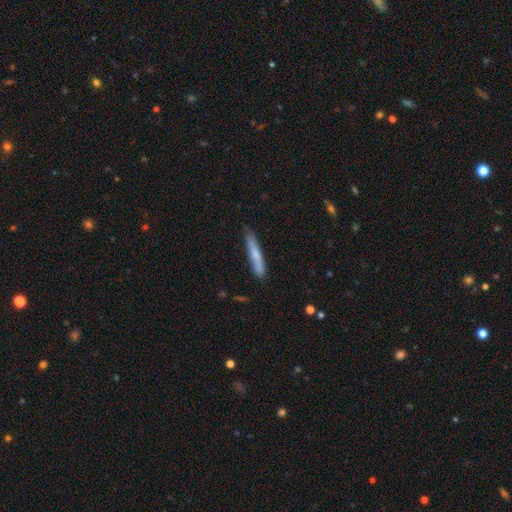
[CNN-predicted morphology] A smooth galaxy with no disk features (66%) that is cigar-shaped (93%). Merging: none (78%).